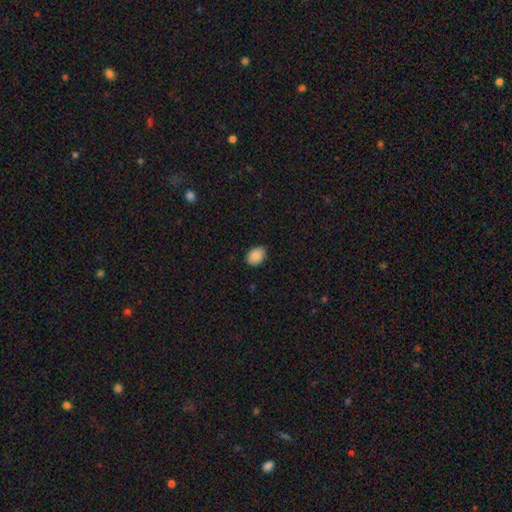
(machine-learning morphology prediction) Smooth or featured?
  - smooth: 89% *
  - star or artifact: 7%
  - featured or disk: 4%
How rounded?
  - in between: 71% *
  - round: 28%
  - cigar-shaped: 1%
Merging?
  - none: 83% *
  - minor disturbance: 14%
  - major disturbance: 2%
  - merger: 1%